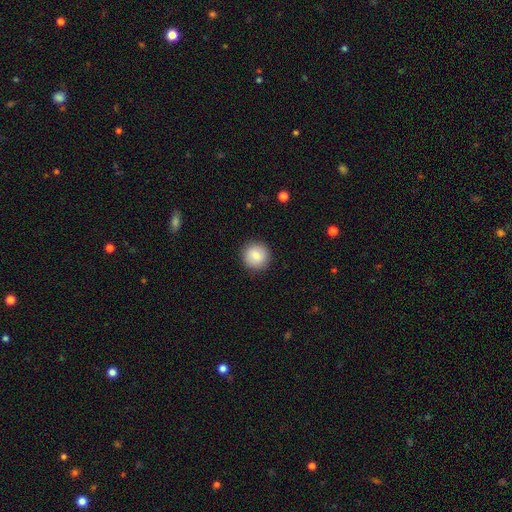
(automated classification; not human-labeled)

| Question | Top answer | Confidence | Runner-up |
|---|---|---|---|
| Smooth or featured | smooth | 85% | star or artifact (8%) |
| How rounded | round | 95% | in between (4%) |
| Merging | none | 91% | minor disturbance (6%) |